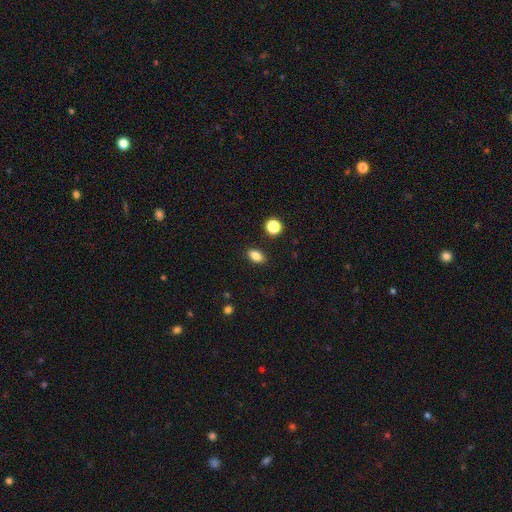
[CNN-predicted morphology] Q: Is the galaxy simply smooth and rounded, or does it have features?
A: smooth — 83%.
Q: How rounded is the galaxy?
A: in between — 85%.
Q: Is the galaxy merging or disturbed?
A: none — 88%.